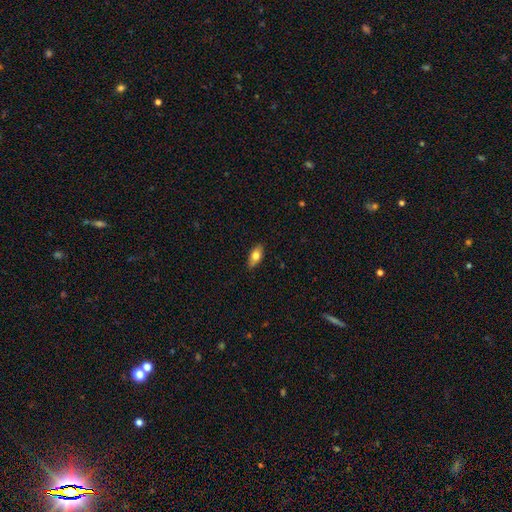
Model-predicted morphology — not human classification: This appears to be a smooth galaxy with no disk features (73%) that is in between round and cigar-shaped (84%). Merging: none (87%).